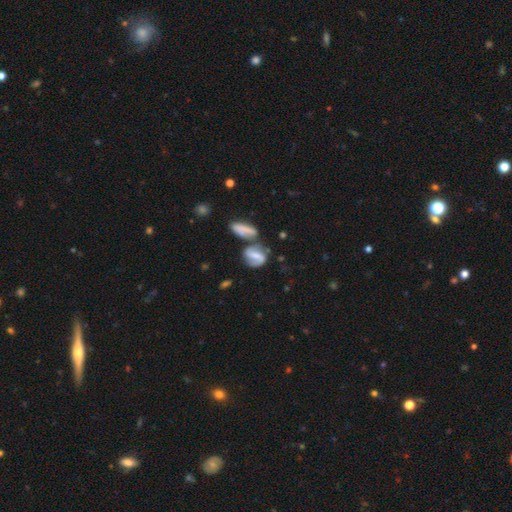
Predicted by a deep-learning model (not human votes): The model was most divided on "bar": weak: 40%, strong: 39%, no: 21%. Remaining: edge-on disk — no (95%); spiral arms — yes (88%); spiral arm count — 2 (84%); smooth or featured — featured or disk (68%); merging — none (46%); spiral winding — medium (45%); bulge size — small (39%).